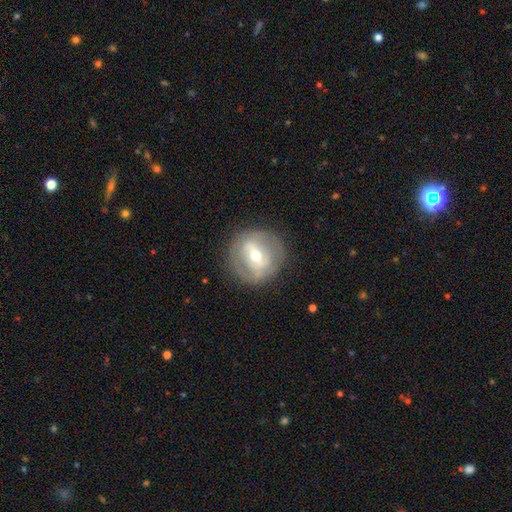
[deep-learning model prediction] The model was most divided on "bar" (2-way tie): strong: 39%, weak: 39%, no: 22%. More confident: edge-on disk — no (93%); merging — none (80%); smooth or featured — featured or disk (64%); bulge size — moderate (62%); spiral arms — no (55%).